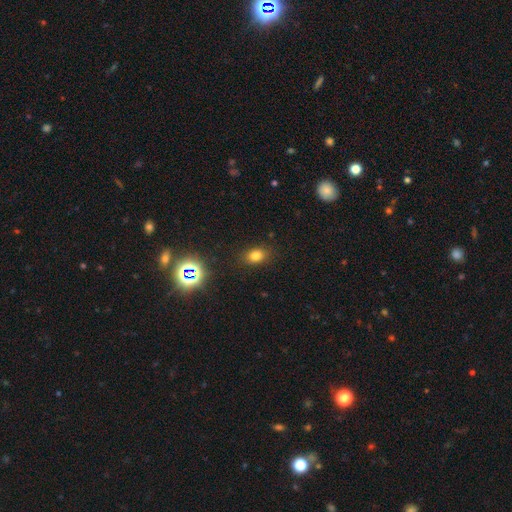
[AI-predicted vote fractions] A smooth galaxy with no disk features (75%) that is in between round and cigar-shaped (68%).

Vote fractions:
- Smooth or featured? smooth: 75% / star or artifact: 18% / featured or disk: 7%
- How rounded? in between: 68% / round: 31% / cigar-shaped: 2%
- Merging? none: 85% / minor disturbance: 10% / major disturbance: 3% / merger: 1%